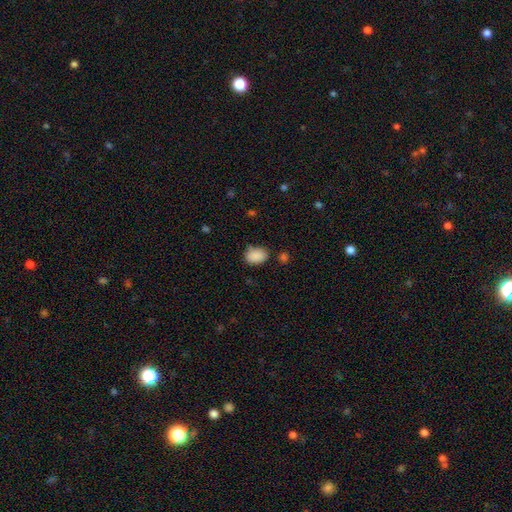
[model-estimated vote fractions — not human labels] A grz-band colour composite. It shows a smooth galaxy with no disk features (88%) that is in between round and cigar-shaped (76%). Merging: none (72%).